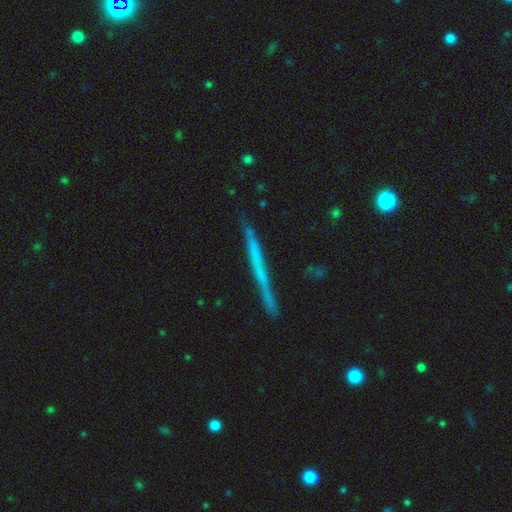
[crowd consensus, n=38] Q: Smooth or featured?
A: featured or disk (53%); runner-up: smooth (42%)
Q: Edge-on disk?
A: yes (90%); runner-up: no (10%)
Q: Edge-on bulge?
A: none (100%)
Q: Merging?
A: none (72%); runner-up: minor disturbance (19%)